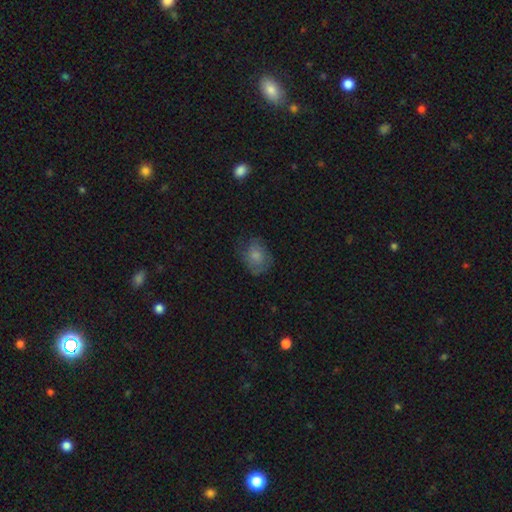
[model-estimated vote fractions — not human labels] Smooth or featured? Predicted: smooth (p=0.67). How rounded? Predicted: in between (p=0.58). Merging? Predicted: none (p=0.60).